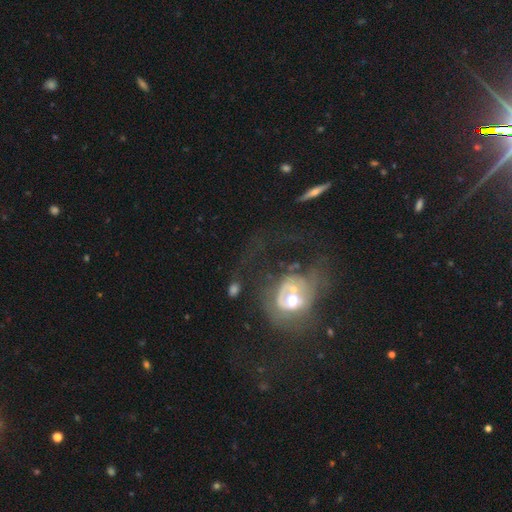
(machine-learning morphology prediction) type=featured or disk (46%); merging=none (40%).